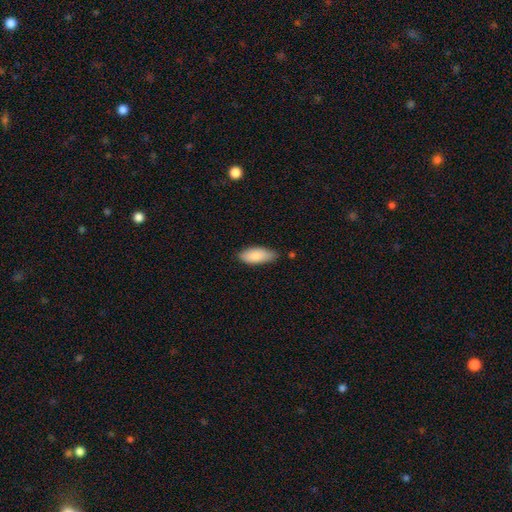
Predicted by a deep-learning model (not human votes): Overall: smooth (84%). How rounded: in between (85%). Merging: none (72%).